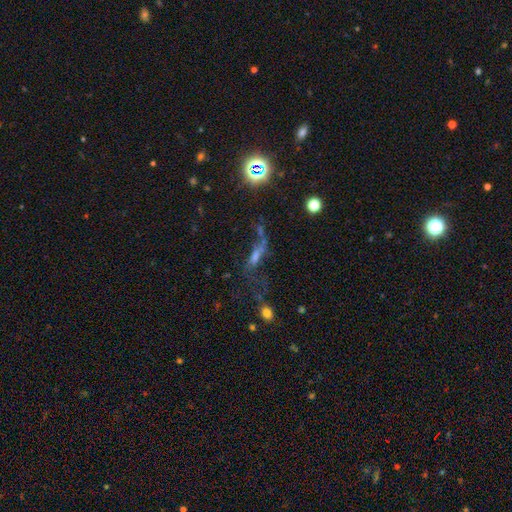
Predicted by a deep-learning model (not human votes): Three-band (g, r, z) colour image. It shows a star or artifact, not a galaxy (35%).